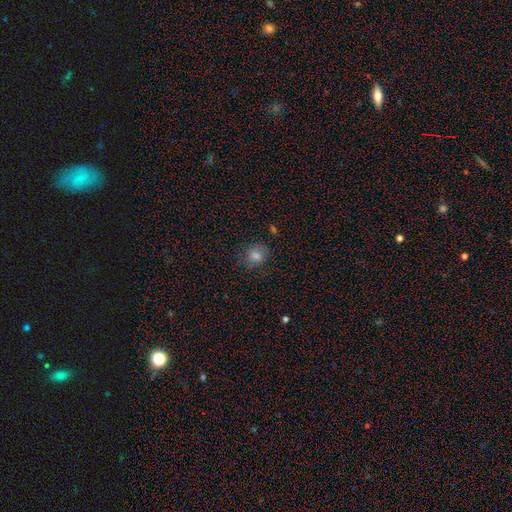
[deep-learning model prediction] Smooth or featured: smooth — 73% (star or artifact — 17%)
How rounded: round — 74% (in between — 25%)
Merging: none — 79% (minor disturbance — 15%)